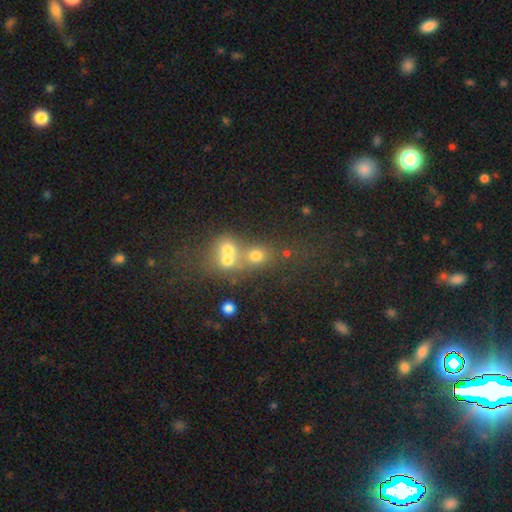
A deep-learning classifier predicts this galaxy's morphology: Q: Smooth or featured?
A: smooth (66%); runner-up: star or artifact (19%)
Q: How rounded?
A: round (71%); runner-up: in between (27%)
Q: Merging?
A: merger (44%); runner-up: none (42%)